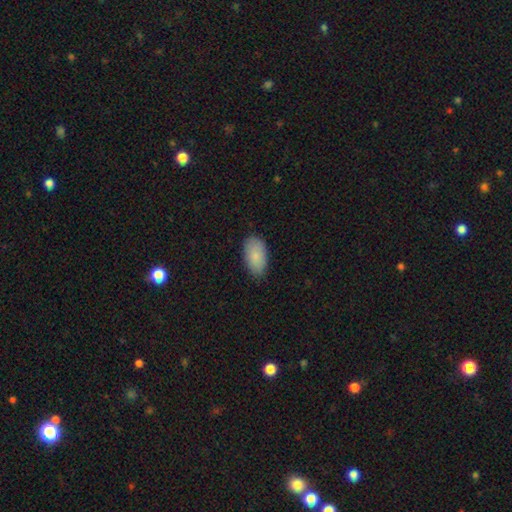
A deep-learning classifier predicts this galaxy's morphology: This is clearly a smooth galaxy (87%). How rounded: clearly in between (94%). Merging: clearly none (82%).